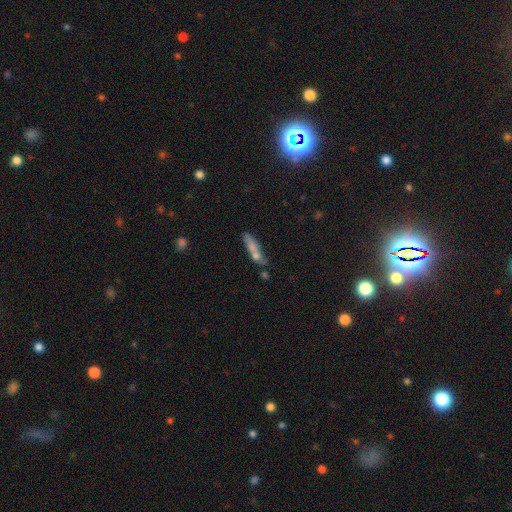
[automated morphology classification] The model was most divided on "smooth or featured": smooth: 55%, featured or disk: 27%, star or artifact: 19%. More confident: how rounded — cigar-shaped (74%); merging — none (57%).